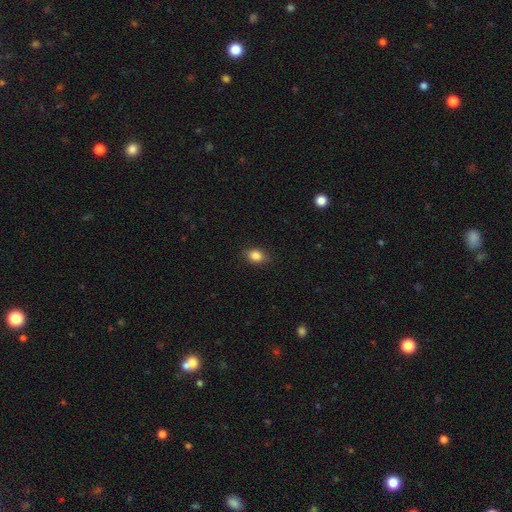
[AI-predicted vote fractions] This is clearly a smooth galaxy (86%). How rounded: likely in between (75%). Merging: clearly none (87%).